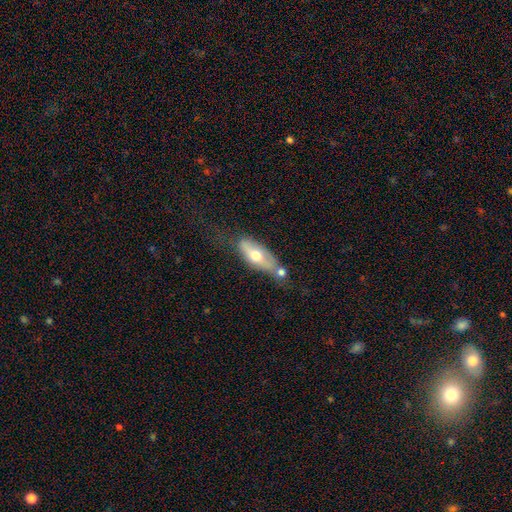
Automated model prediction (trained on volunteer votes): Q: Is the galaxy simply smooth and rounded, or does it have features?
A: smooth — 50%.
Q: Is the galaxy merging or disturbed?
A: none — 40%.